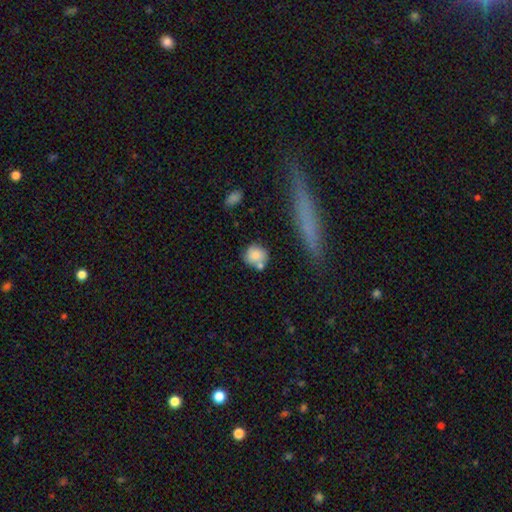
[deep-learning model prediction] smooth-or-featured: smooth: 76% | featured or disk: 16% | star or artifact: 8%
  how-rounded: round: 85% | in between: 13% | cigar-shaped: 2%
  merging: none: 57% | merger: 21% | minor disturbance: 16% | major disturbance: 5%